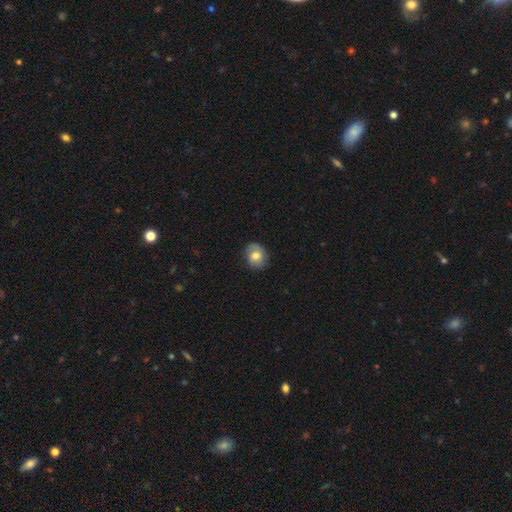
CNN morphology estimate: A smooth galaxy with no disk features (61%) that is round (59%).

Vote fractions:
- Smooth or featured? smooth: 61% / featured or disk: 31% / star or artifact: 8%
- How rounded? round: 59% / in between: 40% / cigar-shaped: 1%
- Merging? none: 76% / minor disturbance: 19% / major disturbance: 5% / merger: 1%